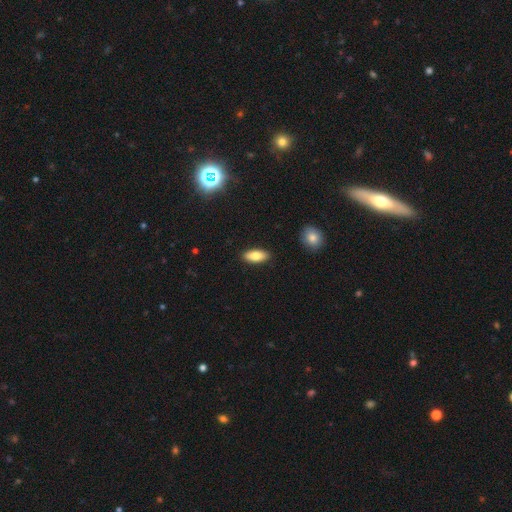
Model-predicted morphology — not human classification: smooth_or_featured: smooth (p=0.80) [alt: featured or disk p=0.13]
how_rounded: in between (p=0.85) [alt: cigar-shaped p=0.13]
merging: none (p=0.89) [alt: minor disturbance p=0.08]